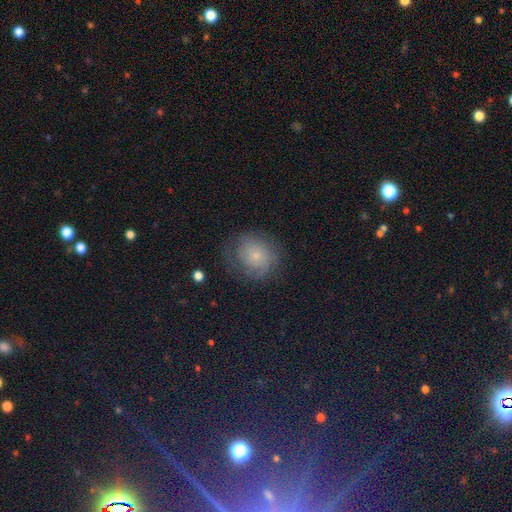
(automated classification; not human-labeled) Smooth or featured? smooth (46%)
Merging? none (68%)